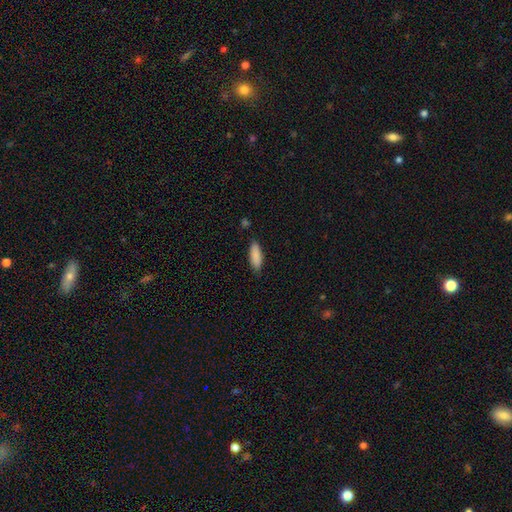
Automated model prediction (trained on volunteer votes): Overall: smooth (88%). How rounded: in between (61%; cigar-shaped 38%). Merging: none (84%).